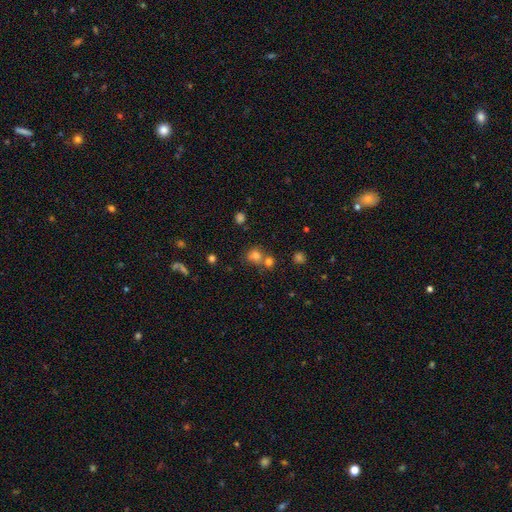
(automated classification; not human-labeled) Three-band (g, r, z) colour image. It shows a smooth galaxy with no disk features (72%) that is round (80%). Merging: none (55%).